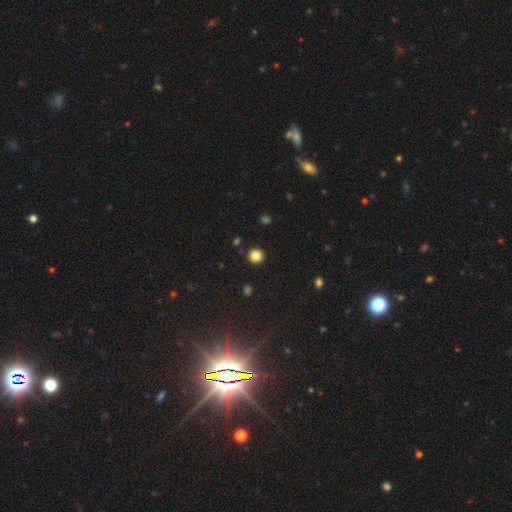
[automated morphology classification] Smooth or featured: smooth — 85% (star or artifact — 11%)
How rounded: round — 93% (in between — 6%)
Merging: none — 92% (minor disturbance — 5%)